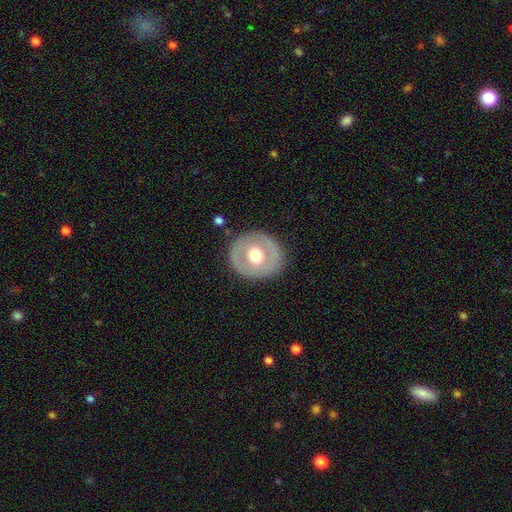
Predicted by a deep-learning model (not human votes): featured or disk 50%, smooth 44%, star or artifact 6%. Down the decision tree: edge-on disk — no (94%); merging — none (85%).